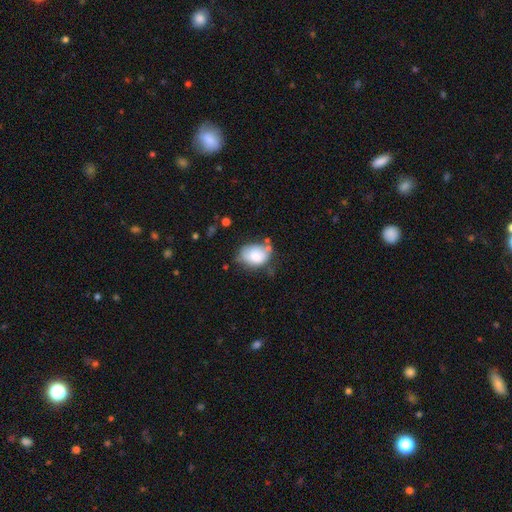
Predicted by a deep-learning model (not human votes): Overall: smooth (76%). How rounded: in between (73%). Merging: none (44%; minor disturbance 33%).